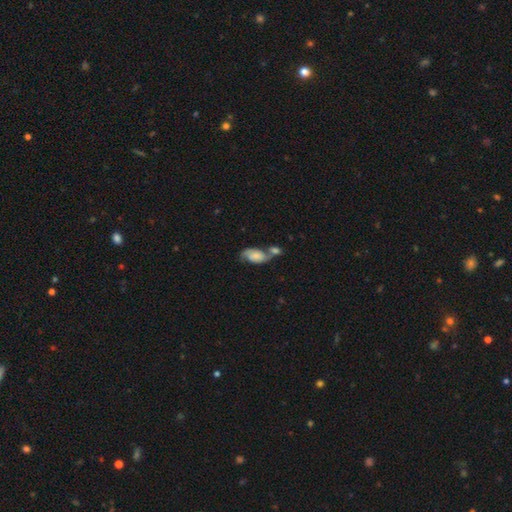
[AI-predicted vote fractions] Morphology: type=featured or disk (50%); edge-on=no (95%); merging=merger (50%).